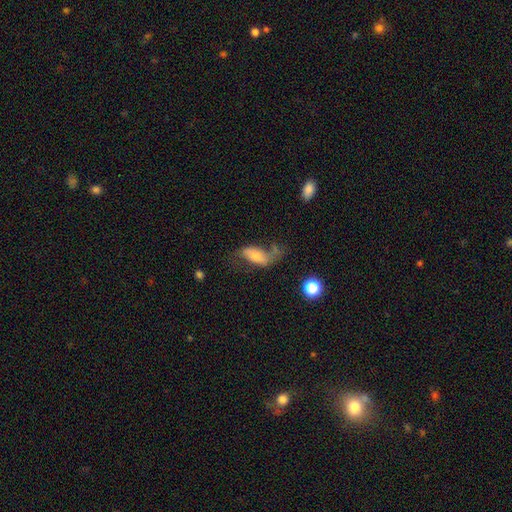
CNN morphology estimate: This appears to be a featured or disk galaxy (47%). Merging: none (38%).